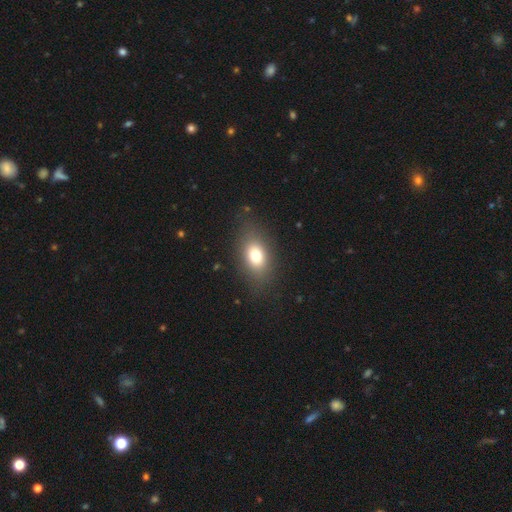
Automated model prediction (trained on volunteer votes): Overall: smooth (74%). How rounded: in between (78%). Merging: none (82%).